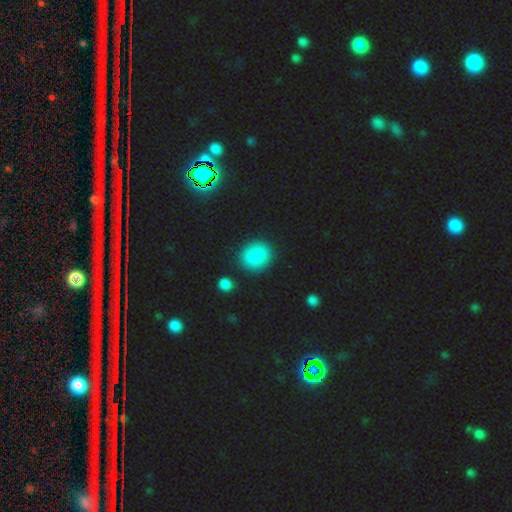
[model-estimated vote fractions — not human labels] smooth_or_featured: smooth (p=0.86) [alt: star or artifact p=0.09]
how_rounded: round (p=0.65) [alt: in between p=0.33]
merging: none (p=0.85) [alt: minor disturbance p=0.10]